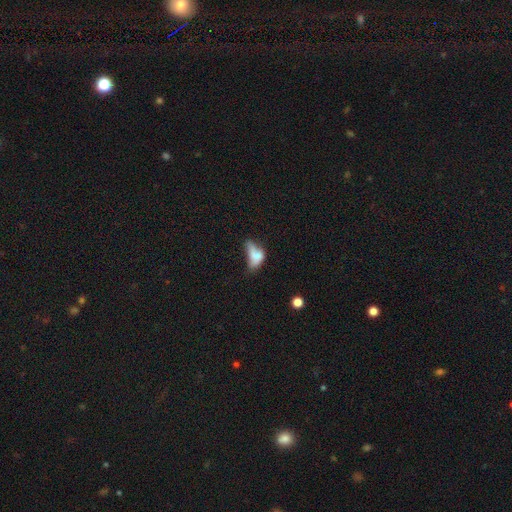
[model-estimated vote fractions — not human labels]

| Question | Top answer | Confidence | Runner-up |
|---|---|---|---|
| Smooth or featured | smooth | 61% | featured or disk (27%) |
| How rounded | in between | 85% | round (8%) |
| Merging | major disturbance | 36% | minor disturbance (24%) |